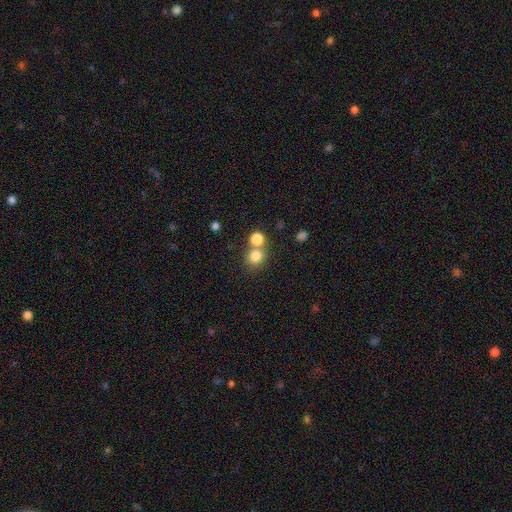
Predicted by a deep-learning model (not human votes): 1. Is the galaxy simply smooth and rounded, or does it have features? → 80% smooth, 13% star or artifact, 7% featured or disk.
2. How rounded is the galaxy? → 87% round, 12% in between, 1% cigar-shaped.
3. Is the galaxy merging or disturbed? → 56% none, 34% merger, 7% minor disturbance, 3% major disturbance.